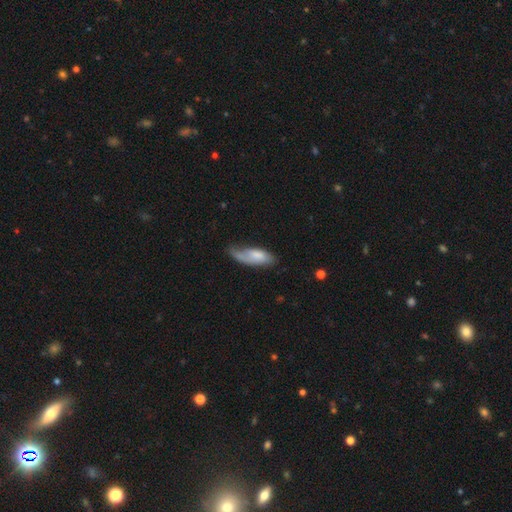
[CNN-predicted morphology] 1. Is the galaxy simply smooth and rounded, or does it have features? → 67% smooth, 26% featured or disk, 6% star or artifact.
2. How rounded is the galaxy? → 77% in between, 21% cigar-shaped, 2% round.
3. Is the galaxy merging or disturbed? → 36% none, 35% minor disturbance, 24% major disturbance, 4% merger.